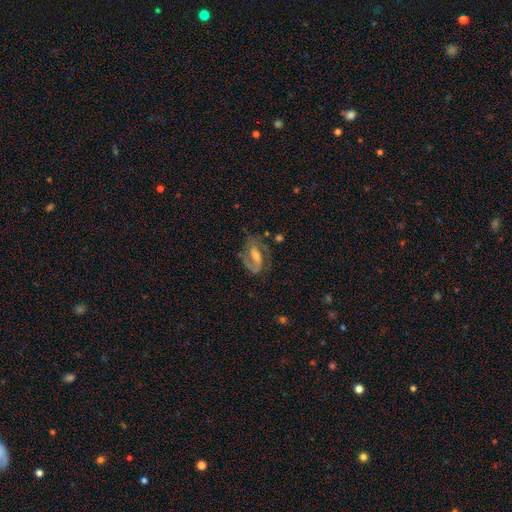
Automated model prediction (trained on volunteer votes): This appears to be a featured or disk galaxy (83%) with a weak bar (47%), 2 (78%) medium (51%) spiral arms (93%) and a moderate central bulge (49%). Merging: none (64%).